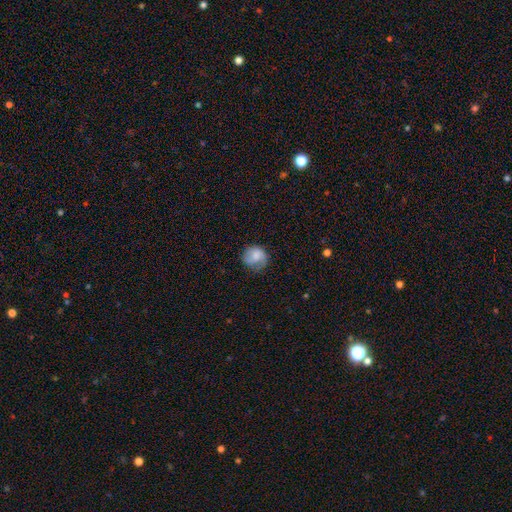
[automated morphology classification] Overall: smooth (66%). How rounded: round (80%). Merging: none (62%; minor disturbance 25%).